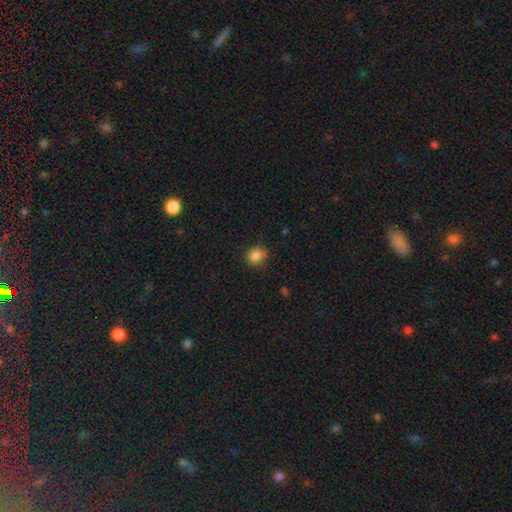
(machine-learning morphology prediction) smooth 85%, star or artifact 10%, featured or disk 5%. Down the decision tree: how rounded — round (82%); merging — none (78%).